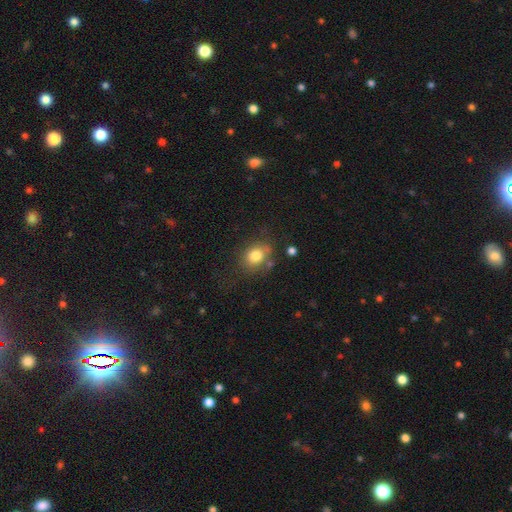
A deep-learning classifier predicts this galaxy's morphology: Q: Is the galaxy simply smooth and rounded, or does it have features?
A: smooth — 79%.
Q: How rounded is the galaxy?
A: round — 55%.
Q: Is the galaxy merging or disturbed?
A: none — 66%.